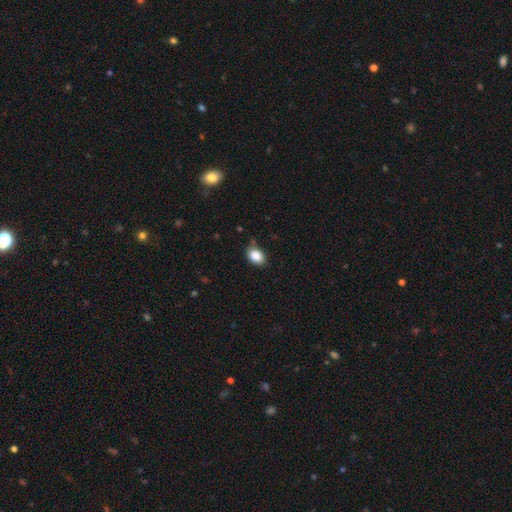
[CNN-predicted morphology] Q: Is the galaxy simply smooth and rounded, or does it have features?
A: smooth — 86%.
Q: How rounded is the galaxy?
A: in between — 72%.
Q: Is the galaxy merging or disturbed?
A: none — 77%.